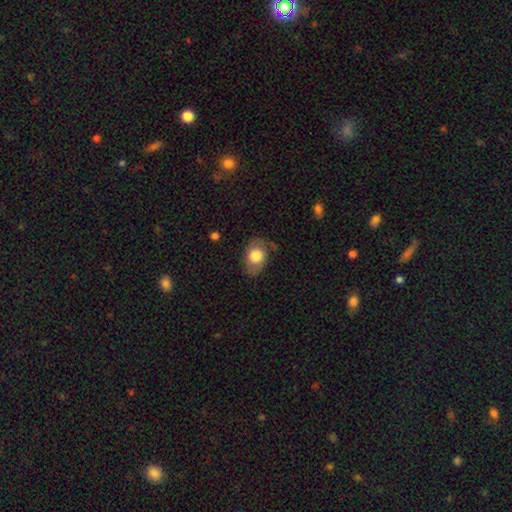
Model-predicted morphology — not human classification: This is likely a smooth galaxy (71%). How rounded: likely in between (72%). Merging: likely none (65%).